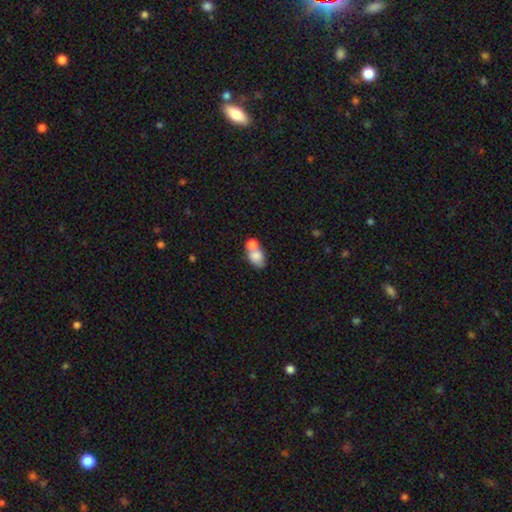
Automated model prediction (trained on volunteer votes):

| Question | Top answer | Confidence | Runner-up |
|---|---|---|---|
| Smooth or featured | smooth | 77% | featured or disk (15%) |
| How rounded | in between | 79% | round (19%) |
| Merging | merger | 56% | none (28%) |